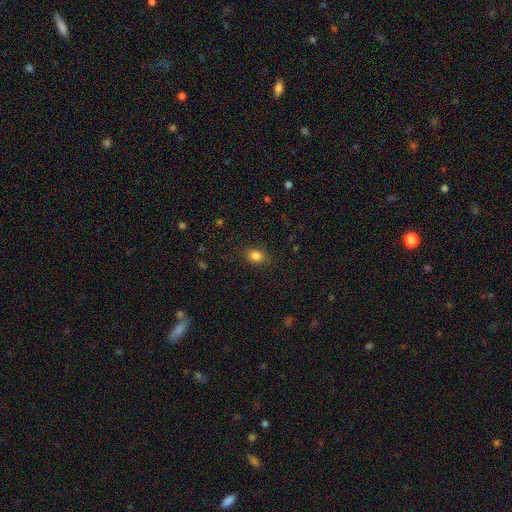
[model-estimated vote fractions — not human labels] smooth-or-featured: smooth: 83% | star or artifact: 11% | featured or disk: 5%
  how-rounded: in between: 51% | round: 48% | cigar-shaped: 1%
  merging: none: 86% | minor disturbance: 10% | major disturbance: 3% | merger: 1%